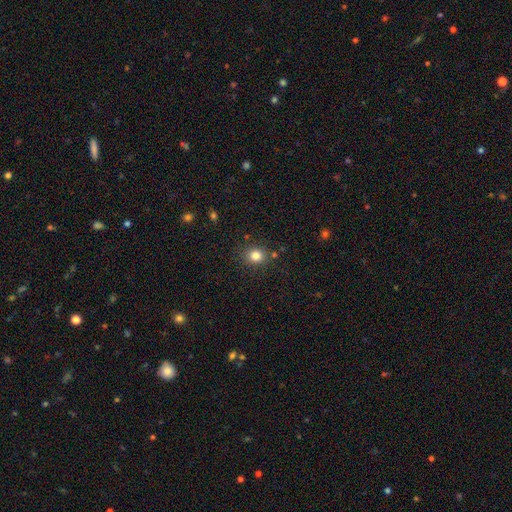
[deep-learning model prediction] Q: Smooth or featured?
A: smooth (82%); runner-up: star or artifact (12%)
Q: How rounded?
A: round (75%); runner-up: in between (24%)
Q: Merging?
A: none (83%); runner-up: minor disturbance (10%)